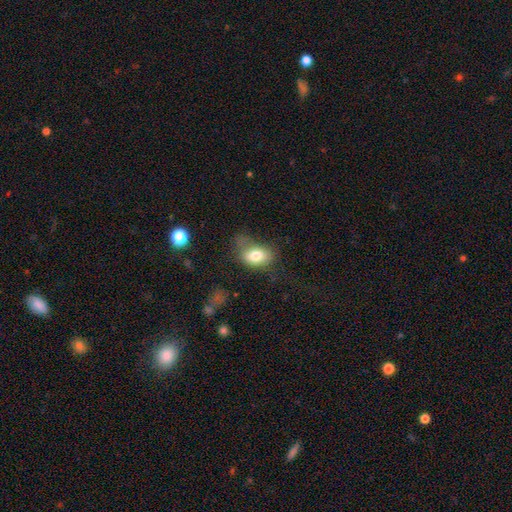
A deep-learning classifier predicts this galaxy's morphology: Smooth or featured? Predicted: smooth (p=0.78). How rounded? Predicted: in between (p=0.83). Merging? Predicted: none (p=0.39).